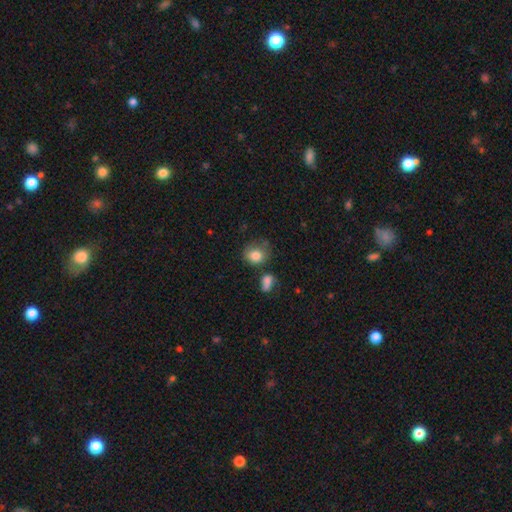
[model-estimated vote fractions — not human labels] A smooth galaxy with no disk features (81%) that is round (63%). Merging: none (47%).